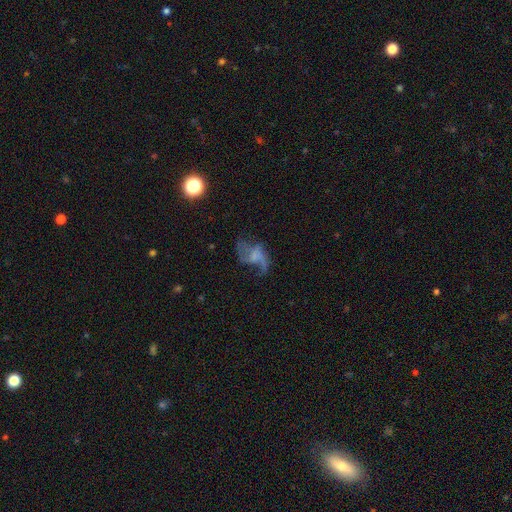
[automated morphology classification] Overall: featured or disk (66%). Edge-on disk: no (97%). Bar: no (65%; weak 29%). Spiral arms: yes (74%). Bulge size: none (58%; small 21%). Merging: major disturbance (41%; none 38%).